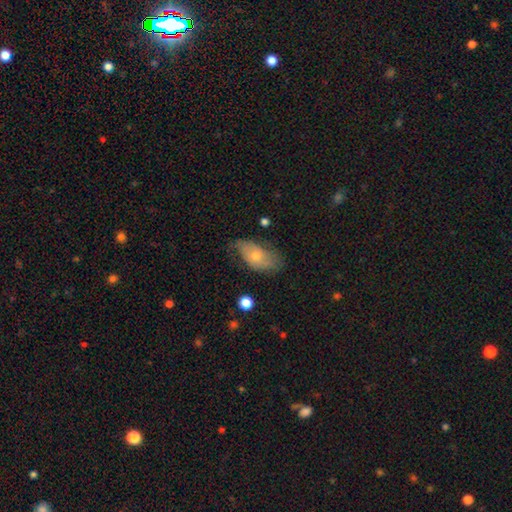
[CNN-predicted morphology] smooth 51%, featured or disk 40%, star or artifact 8%. Down the decision tree: how rounded — in between (90%); merging — none (58%).